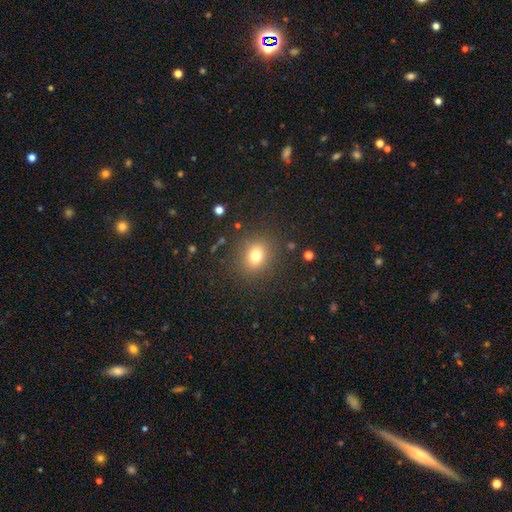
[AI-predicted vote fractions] Smooth or featured? smooth (75%)
How rounded? round (69%)
Merging? none (85%)